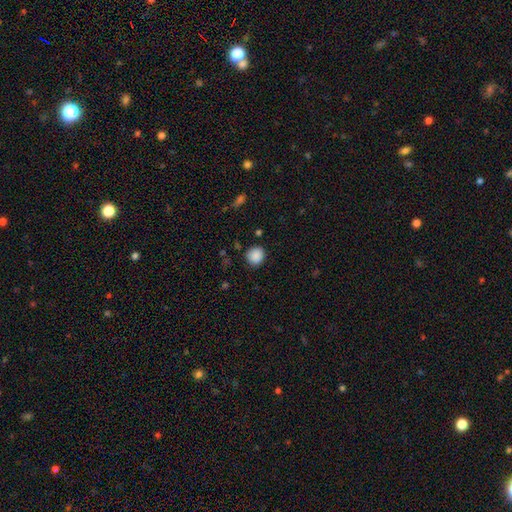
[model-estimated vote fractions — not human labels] smooth 88%, star or artifact 9%, featured or disk 3%. Down the decision tree: how rounded — round (86%); merging — none (85%).